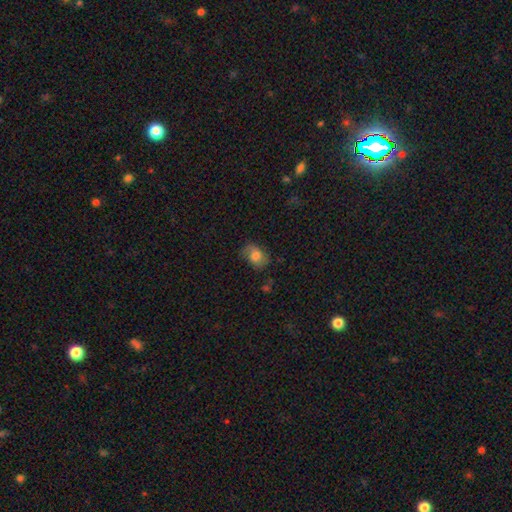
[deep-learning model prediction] Smooth or featured?
  - smooth: 68% *
  - featured or disk: 23%
  - star or artifact: 9%
How rounded?
  - in between: 70% *
  - round: 29%
  - cigar-shaped: 1%
Merging?
  - none: 61% *
  - minor disturbance: 27%
  - major disturbance: 10%
  - merger: 2%